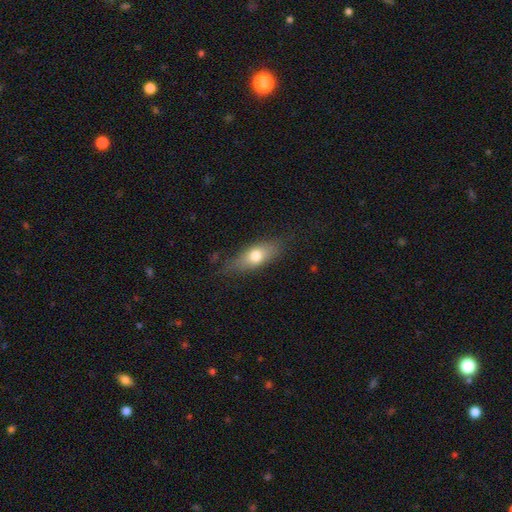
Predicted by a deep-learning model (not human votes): Smooth or featured: smooth — 70% (featured or disk — 23%)
How rounded: in between — 69% (cigar-shaped — 24%)
Merging: none — 74% (minor disturbance — 18%)